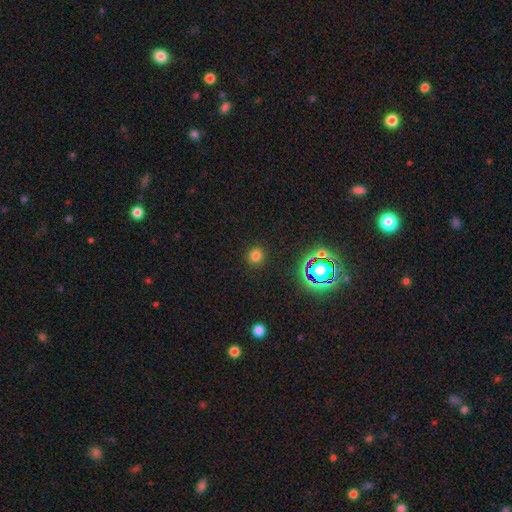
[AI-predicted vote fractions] This appears to be a smooth galaxy with no disk features (76%) that is round (93%). Merging: none (90%).